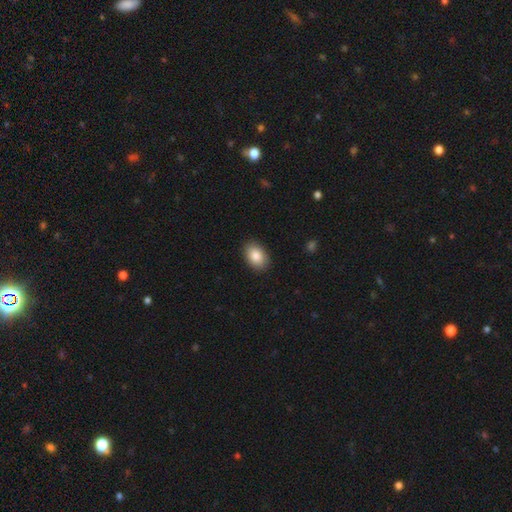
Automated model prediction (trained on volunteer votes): This appears to be a smooth galaxy with no disk features (86%) that is in between round and cigar-shaped (84%). Merging: none (89%).